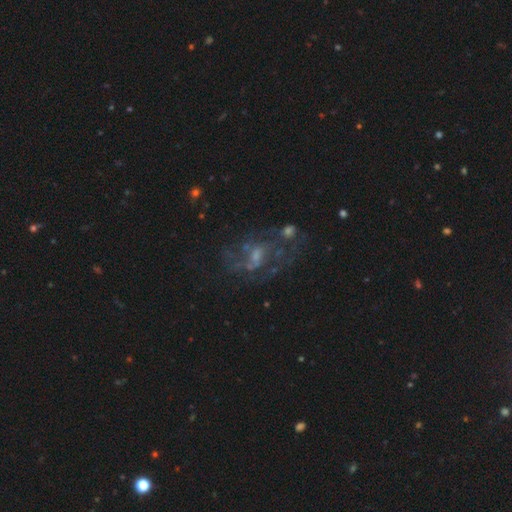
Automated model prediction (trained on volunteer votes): Morphology: type=featured or disk (70%); edge-on=no (97%); bar=no (53%); spiral arms=yes (63%); bulge=small (45%); merging=none (48%).